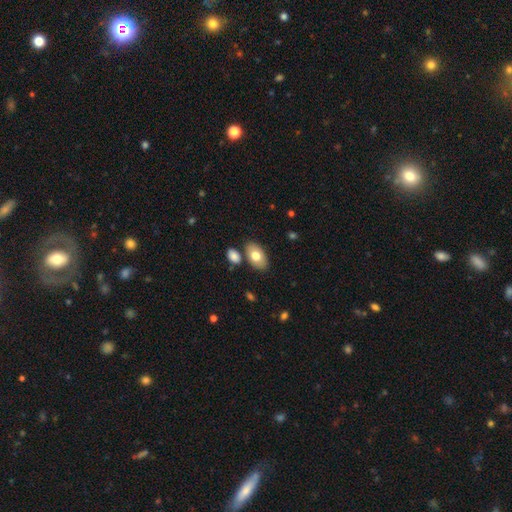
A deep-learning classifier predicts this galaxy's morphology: Smooth or featured? smooth (75%)
How rounded? in between (93%)
Merging? none (77%)